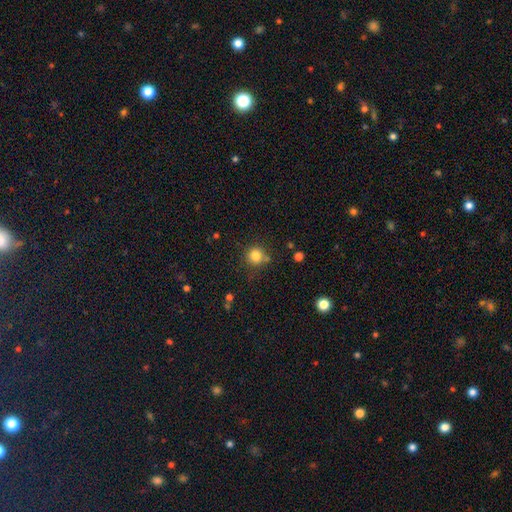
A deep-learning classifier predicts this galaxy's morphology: Overall: smooth (83%). How rounded: round (93%). Merging: none (78%).